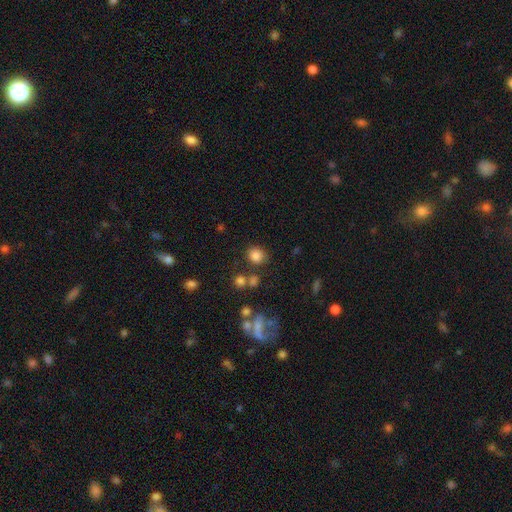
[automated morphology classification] A smooth galaxy with no disk features (81%) that is round (75%).

Vote fractions:
- Smooth or featured? smooth: 81% / star or artifact: 13% / featured or disk: 6%
- How rounded? round: 75% / in between: 24% / cigar-shaped: 1%
- Merging? none: 76% / minor disturbance: 11% / merger: 8% / major disturbance: 5%